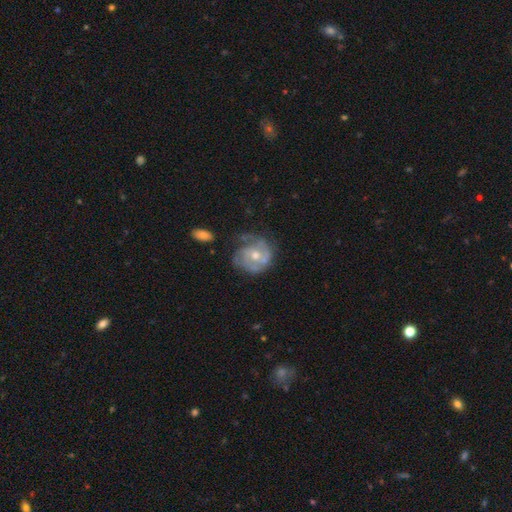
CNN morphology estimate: A featured or disk galaxy (73%) with no bar (77%), tight (53%) spiral arms (81%) and a moderate central bulge (67%). Merging: none (54%).